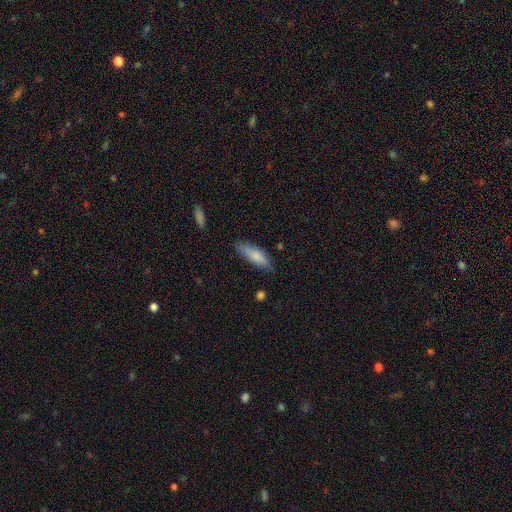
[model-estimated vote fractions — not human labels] Smooth or featured? smooth (80%)
How rounded? in between (61%)
Merging? none (72%)